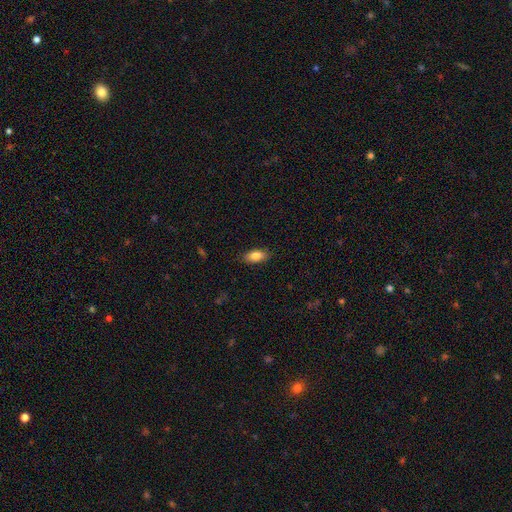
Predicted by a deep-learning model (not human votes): Overall: smooth (84%). How rounded: in between (89%). Merging: none (86%).